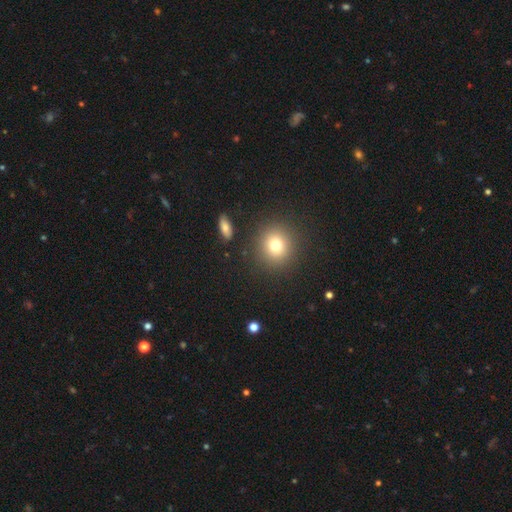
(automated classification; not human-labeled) This appears to be a smooth galaxy with no disk features (64%) that is round (91%). Merging: none (89%).